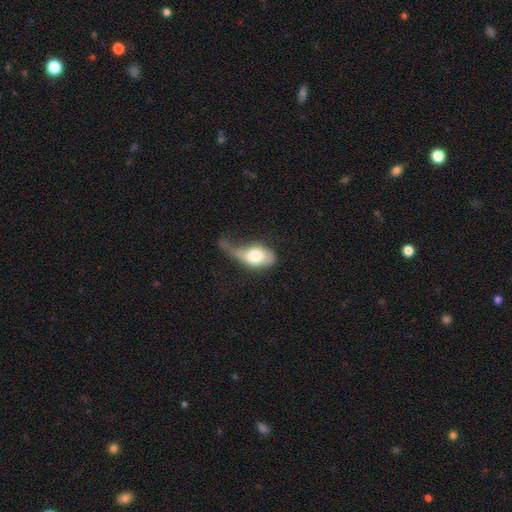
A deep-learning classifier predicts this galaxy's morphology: Smooth or featured?
  - smooth: 69% *
  - featured or disk: 24%
  - star or artifact: 6%
How rounded?
  - in between: 82% *
  - round: 14%
  - cigar-shaped: 4%
Merging?
  - major disturbance: 51% *
  - minor disturbance: 26%
  - none: 15%
  - merger: 9%